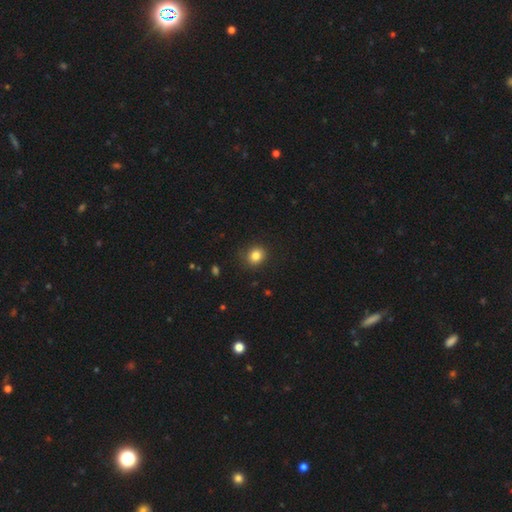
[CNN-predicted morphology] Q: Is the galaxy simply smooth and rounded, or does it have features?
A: smooth — 83%.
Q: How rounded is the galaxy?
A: round — 77%.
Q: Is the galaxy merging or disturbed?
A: none — 85%.